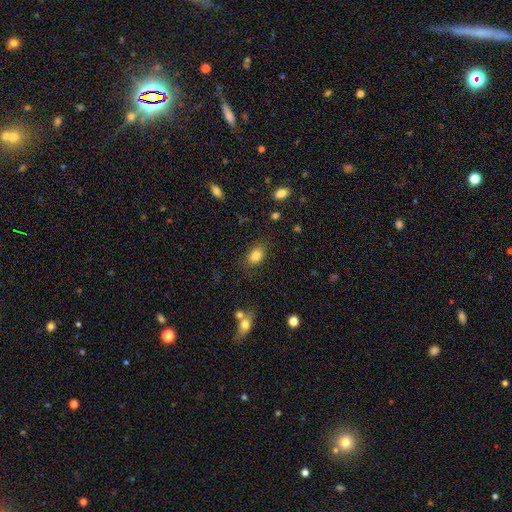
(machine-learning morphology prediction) A smooth galaxy with no disk features (83%) that is in between round and cigar-shaped (73%). Merging: none (81%).